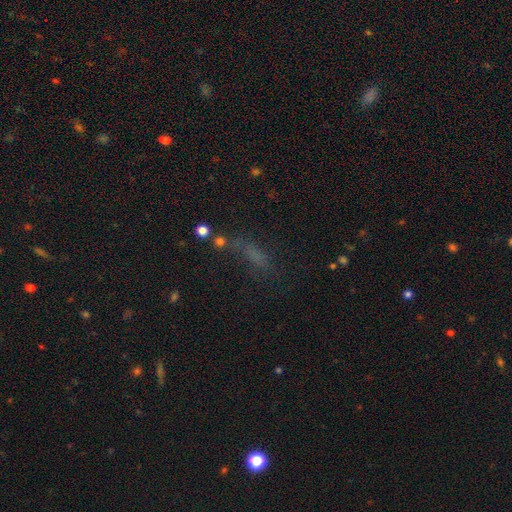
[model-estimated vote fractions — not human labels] This appears to be a smooth galaxy with no disk features (55%) that is cigar-shaped (48%). Merging: none (46%).